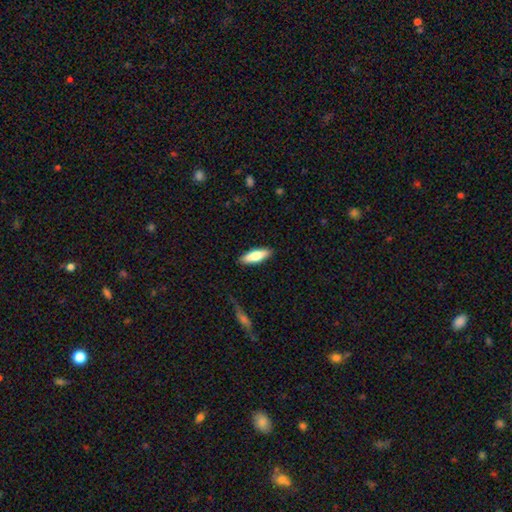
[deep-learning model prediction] This is likely a smooth galaxy (68%). How rounded: possibly in between (52%). Merging: clearly none (88%).